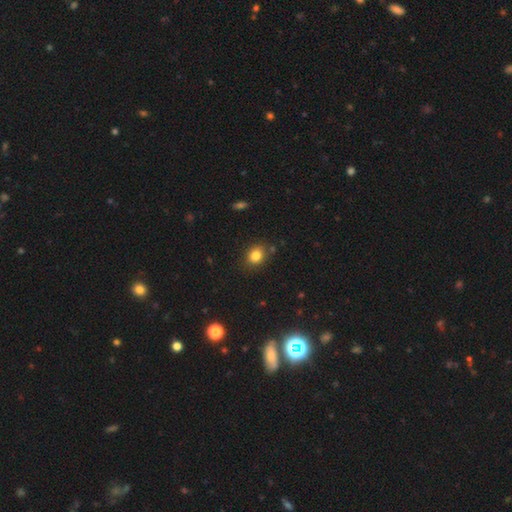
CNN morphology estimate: Q: Smooth or featured?
A: smooth (82%); runner-up: star or artifact (11%)
Q: How rounded?
A: round (57%); runner-up: in between (42%)
Q: Merging?
A: none (83%); runner-up: minor disturbance (11%)